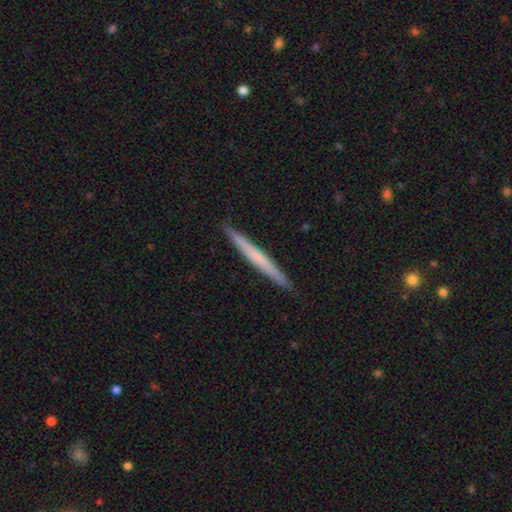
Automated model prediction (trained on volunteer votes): smooth-or-featured: smooth: 53% | featured or disk: 42% | star or artifact: 5%
  how-rounded: cigar-shaped: 97% | in between: 2% | round: 1%
  merging: none: 91% | minor disturbance: 7% | major disturbance: 1% | merger: 1%